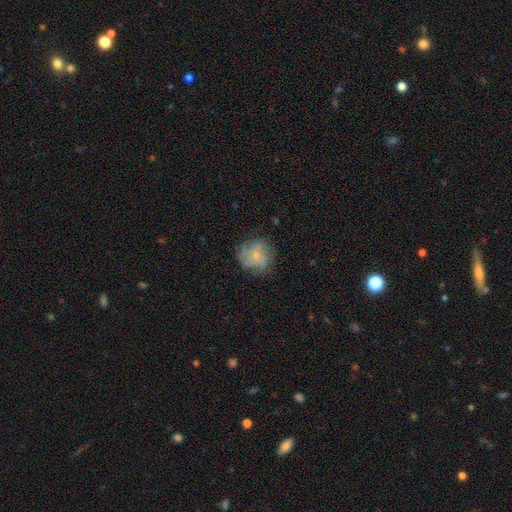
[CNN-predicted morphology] Q: Smooth or featured?
A: featured or disk (55%); runner-up: smooth (35%)
Q: Edge-on disk?
A: no (98%); runner-up: yes (2%)
Q: Bar?
A: no (74%); runner-up: weak (23%)
Q: Spiral arms?
A: yes (84%); runner-up: no (16%)
Q: Bulge size?
A: small (70%); runner-up: moderate (22%)
Q: Merging?
A: none (73%); runner-up: minor disturbance (18%)